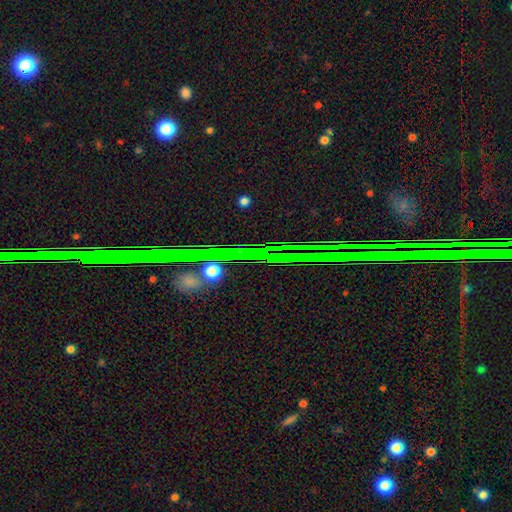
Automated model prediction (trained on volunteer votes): Smooth or featured? Predicted: star or artifact (p=0.79).